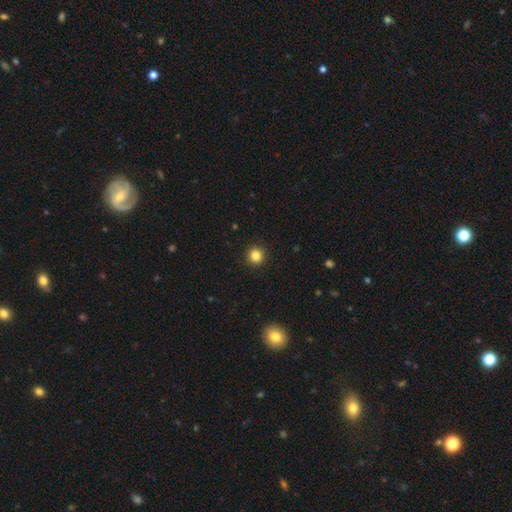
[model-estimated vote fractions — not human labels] Morphology: type=smooth (83%); roundness=round (95%); merging=none (93%).